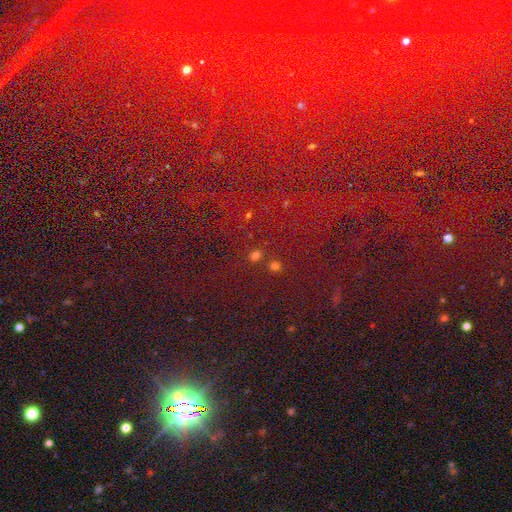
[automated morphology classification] Smooth or featured? Predicted: star or artifact (p=0.65).